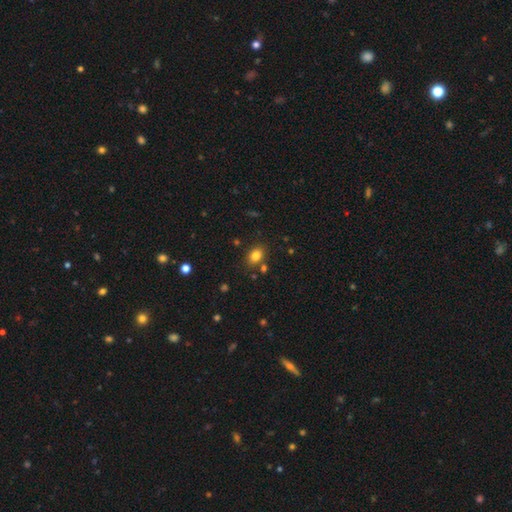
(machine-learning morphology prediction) This is clearly a smooth galaxy (83%). How rounded: likely in between (69%). Merging: clearly none (80%).